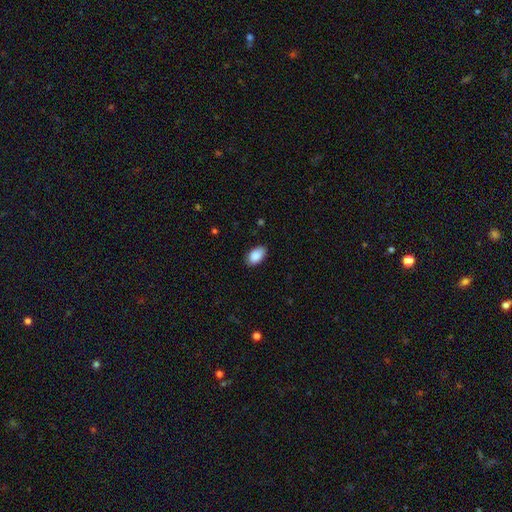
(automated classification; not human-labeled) Q: Smooth or featured?
A: smooth (89%); runner-up: star or artifact (7%)
Q: How rounded?
A: in between (94%); runner-up: round (5%)
Q: Merging?
A: none (83%); runner-up: minor disturbance (14%)